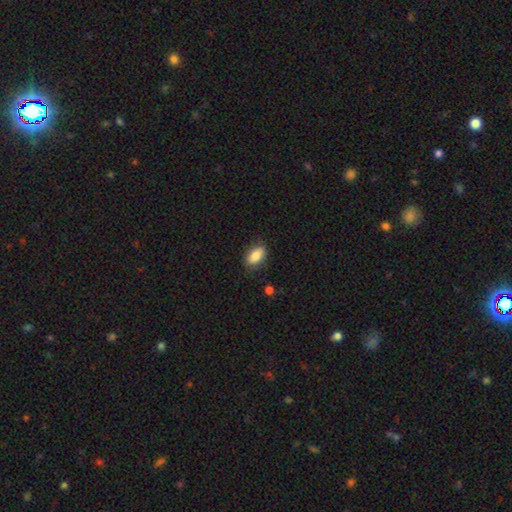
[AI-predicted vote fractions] Overall: smooth (83%). How rounded: in between (89%). Merging: none (79%).